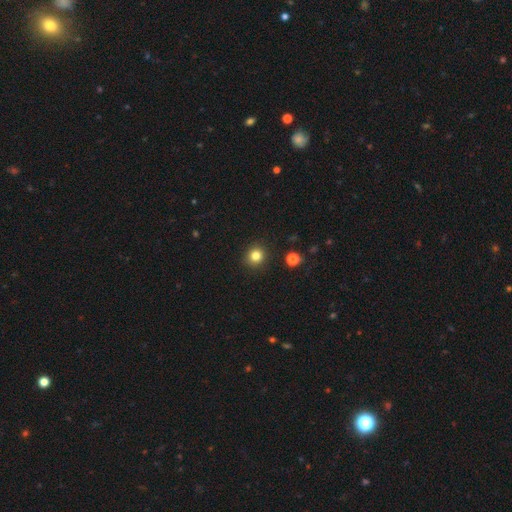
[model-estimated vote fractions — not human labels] Smooth or featured: smooth — 82% (star or artifact — 13%)
How rounded: round — 90% (in between — 9%)
Merging: none — 91% (minor disturbance — 6%)